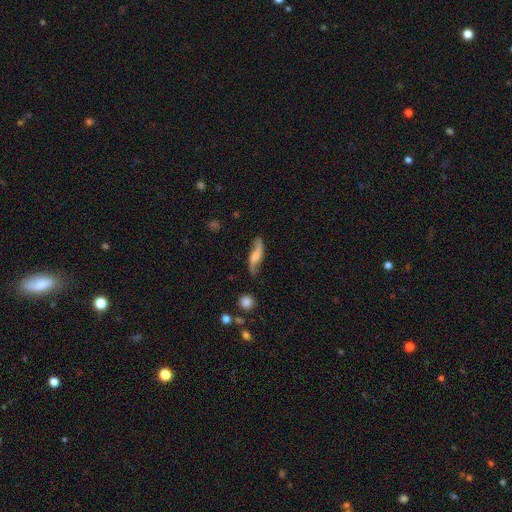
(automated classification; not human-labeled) Smooth or featured? featured or disk (65%)
Edge-on disk? no (74%)
Merging? none (77%)